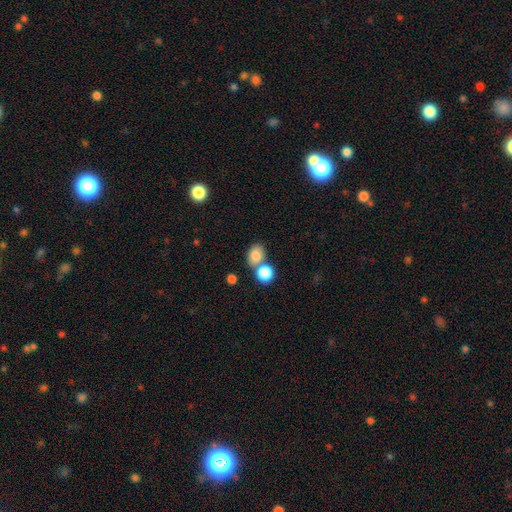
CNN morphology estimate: A smooth galaxy with no disk features (82%) that is in between round and cigar-shaped (59%). Merging: none (52%).